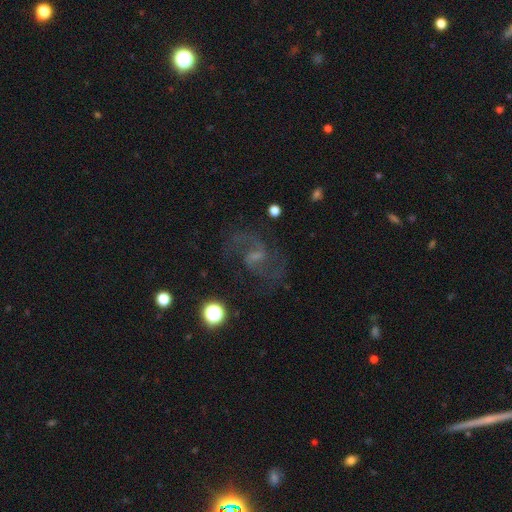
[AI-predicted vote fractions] smooth_or_featured: featured or disk (p=0.80) [alt: star or artifact p=0.11]
disk_edge_on: no (p=0.97) [alt: yes p=0.03]
bar: weak (p=0.59) [alt: no p=0.22]
has_spiral_arms: yes (p=0.94) [alt: no p=0.06]
spiral_winding: medium (p=0.52) [alt: loose p=0.37]
spiral_arm_count: 2 (p=0.88) [alt: can't tell p=0.05]
bulge_size: small (p=0.47) [alt: none p=0.28]
merging: none (p=0.71) [alt: minor disturbance p=0.14]